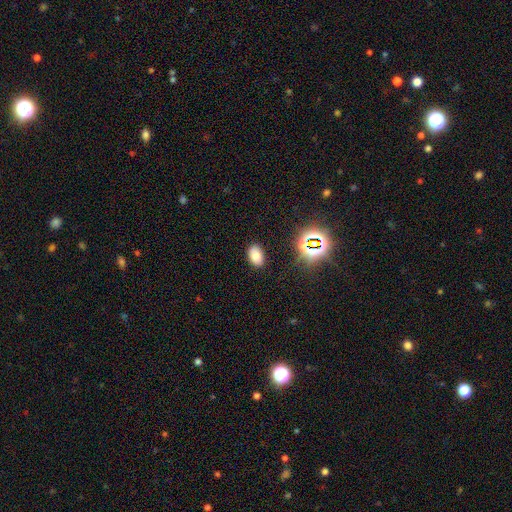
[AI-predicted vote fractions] The model was most divided on "smooth or featured": smooth: 75%, star or artifact: 16%, featured or disk: 9%. More confident: how rounded — in between (88%); merging — none (87%).